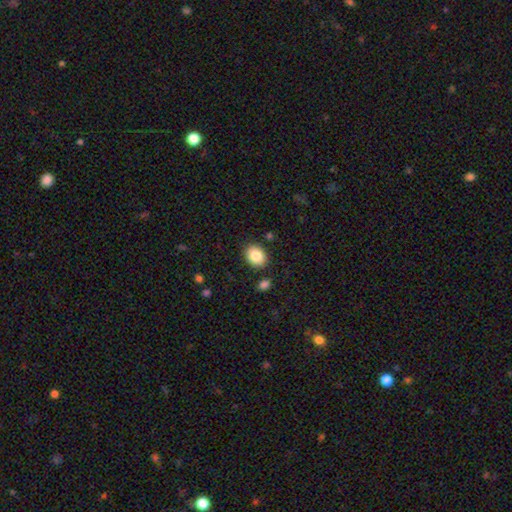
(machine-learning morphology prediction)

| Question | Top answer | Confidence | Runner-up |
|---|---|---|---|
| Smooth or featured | smooth | 84% | featured or disk (8%) |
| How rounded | in between | 54% | round (45%) |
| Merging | none | 87% | minor disturbance (8%) |